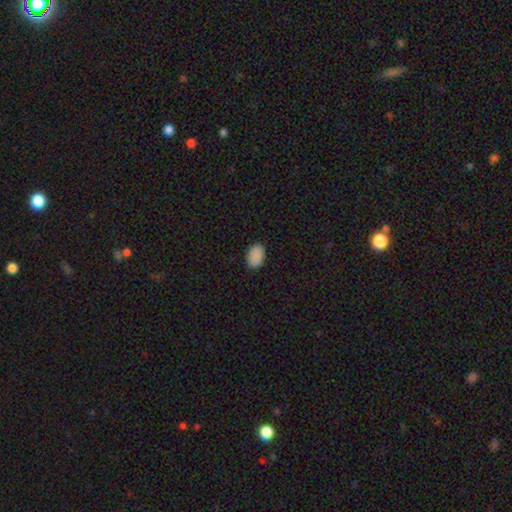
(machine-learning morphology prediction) Smooth or featured?
  - smooth: 89% *
  - star or artifact: 8%
  - featured or disk: 3%
How rounded?
  - in between: 90% *
  - round: 9%
  - cigar-shaped: 1%
Merging?
  - none: 88% *
  - minor disturbance: 9%
  - major disturbance: 2%
  - merger: 1%